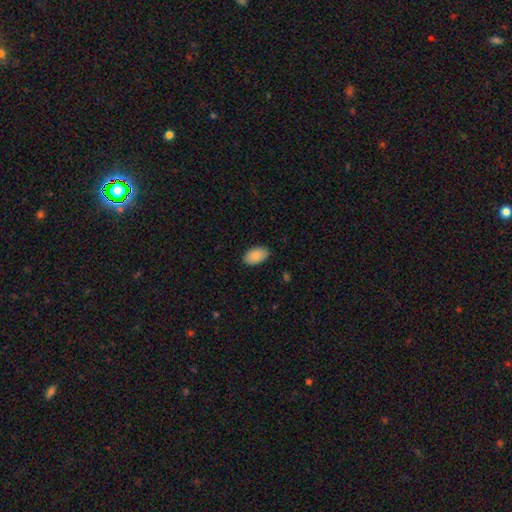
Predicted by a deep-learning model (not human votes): A smooth galaxy with no disk features (89%) that is in between round and cigar-shaped (94%). Merging: none (87%).